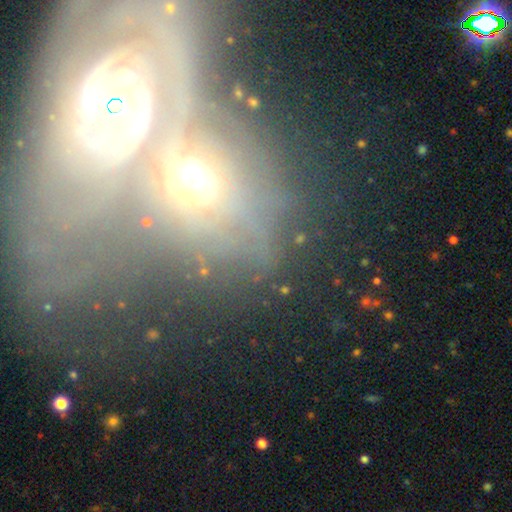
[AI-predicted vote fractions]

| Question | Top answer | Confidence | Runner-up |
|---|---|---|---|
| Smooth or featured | featured or disk | 45% | star or artifact (28%) |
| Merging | none | 43% | merger (34%) |